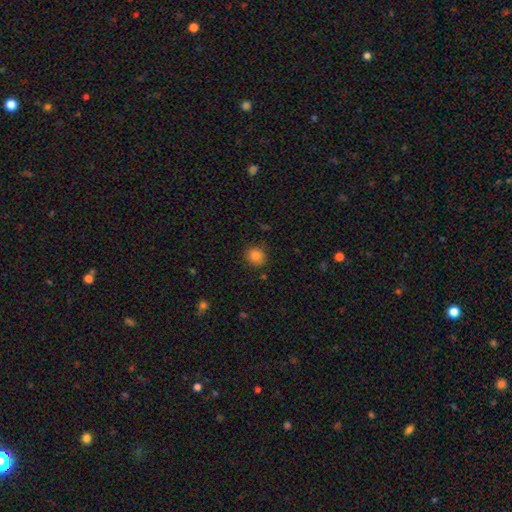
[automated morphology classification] Smooth or featured? Predicted: smooth (p=0.84). How rounded? Predicted: round (p=0.83). Merging? Predicted: none (p=0.85).